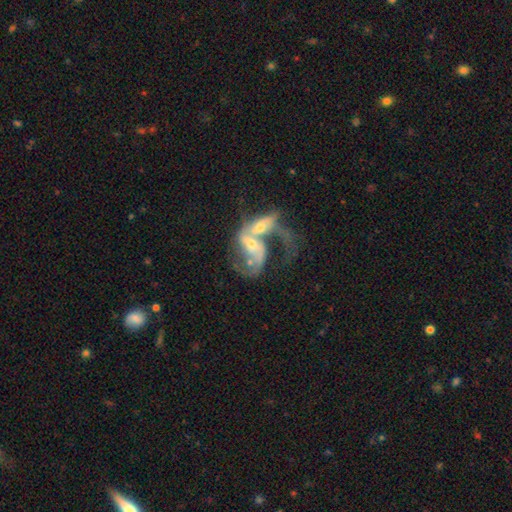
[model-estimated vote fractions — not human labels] The model was most divided on "bulge size" (2-way tie): moderate: 44%, small: 44%, none: 6%, large: 5%, dominant: 1%. More confident: edge-on disk — no (96%); spiral arms — yes (78%); smooth or featured — featured or disk (76%); merging — merger (73%); spiral arm count — 2 (69%); spiral winding — loose (64%); bar — no (55%).